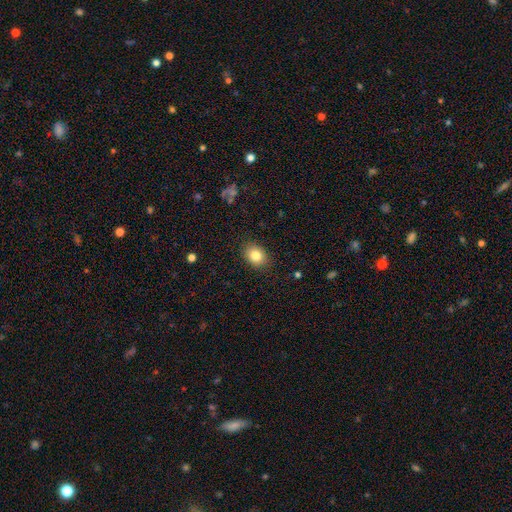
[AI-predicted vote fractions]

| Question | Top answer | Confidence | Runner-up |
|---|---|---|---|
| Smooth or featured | smooth | 83% | star or artifact (9%) |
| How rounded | in between | 58% | round (41%) |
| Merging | none | 87% | minor disturbance (9%) |